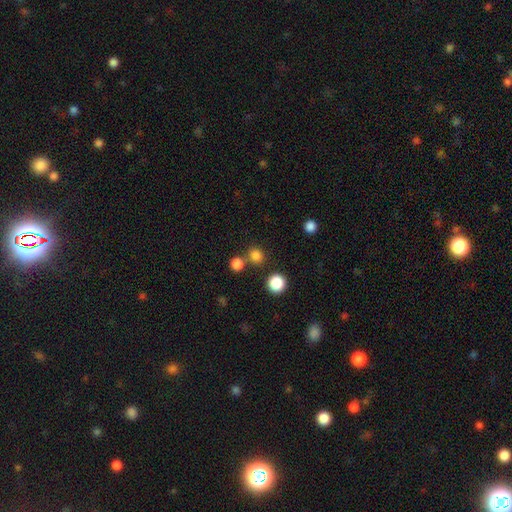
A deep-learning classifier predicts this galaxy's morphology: A smooth galaxy with no disk features (81%) that is round (87%).

Vote fractions:
- Smooth or featured? smooth: 81% / star or artifact: 15% / featured or disk: 4%
- How rounded? round: 87% / in between: 12% / cigar-shaped: 1%
- Merging? none: 70% / merger: 19% / minor disturbance: 7% / major disturbance: 3%